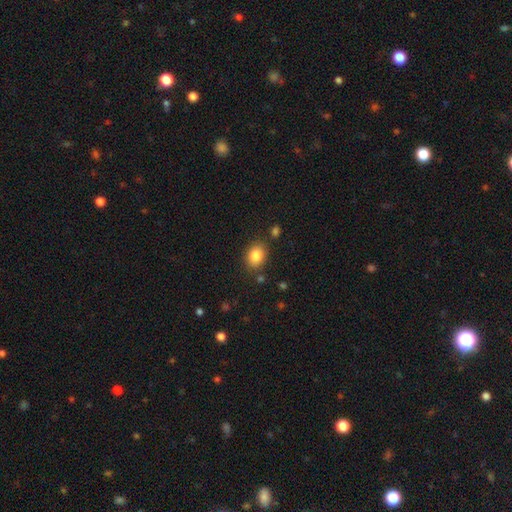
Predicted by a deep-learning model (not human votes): Smooth or featured? Predicted: smooth (p=0.85). How rounded? Predicted: in between (p=0.58). Merging? Predicted: none (p=0.81).